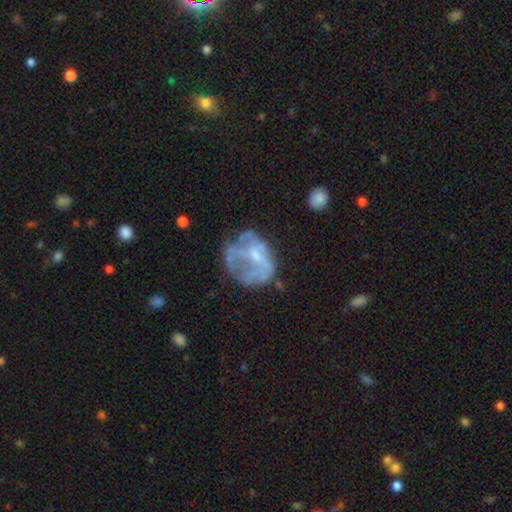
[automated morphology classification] Smooth or featured? featured or disk (57%)
Edge-on disk? no (98%)
Bar? no (71%)
Spiral arms? no (78%)
Bulge size? small (41%)
Merging? none (39%)